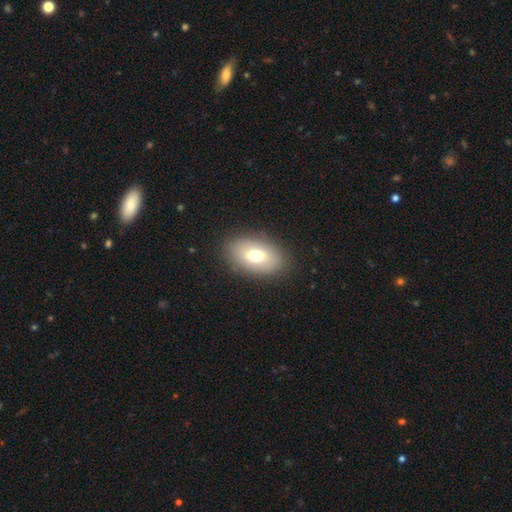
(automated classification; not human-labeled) A smooth galaxy with no disk features (69%) that is in between round and cigar-shaped (90%).

Vote fractions:
- Smooth or featured? smooth: 69% / featured or disk: 22% / star or artifact: 8%
- How rounded? in between: 90% / round: 8% / cigar-shaped: 2%
- Merging? none: 86% / minor disturbance: 9% / major disturbance: 3% / merger: 1%